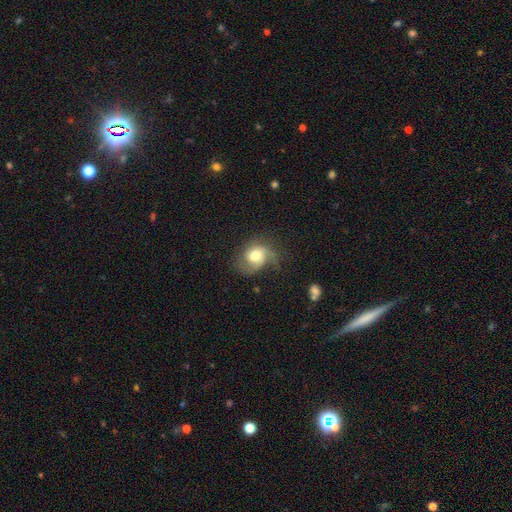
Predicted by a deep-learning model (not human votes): smooth_or_featured: featured or disk (p=0.55) [alt: smooth p=0.37]
disk_edge_on: no (p=0.97) [alt: yes p=0.03]
bar: no (p=0.73) [alt: weak p=0.23]
has_spiral_arms: yes (p=0.87) [alt: no p=0.13]
bulge_size: moderate (p=0.60) [alt: large p=0.27]
merging: none (p=0.47) [alt: minor disturbance p=0.27]